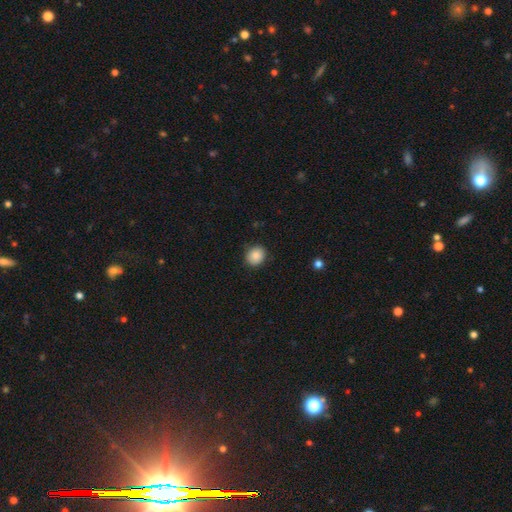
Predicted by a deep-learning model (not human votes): Overall: smooth (85%). How rounded: round (75%). Merging: none (86%).